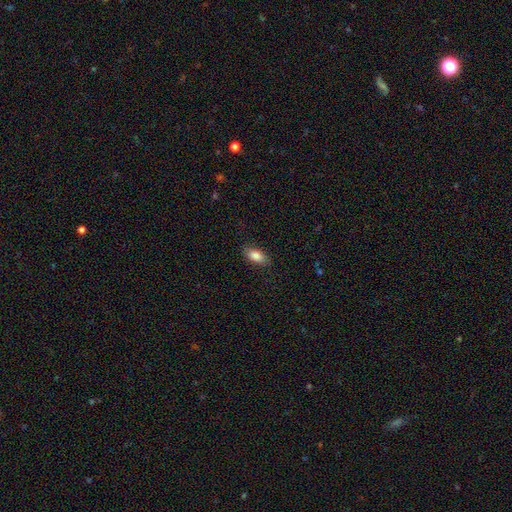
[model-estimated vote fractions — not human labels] smooth-or-featured: smooth: 85% | featured or disk: 8% | star or artifact: 7%
  how-rounded: in between: 89% | cigar-shaped: 7% | round: 4%
  merging: none: 86% | minor disturbance: 11% | major disturbance: 3% | merger: 1%